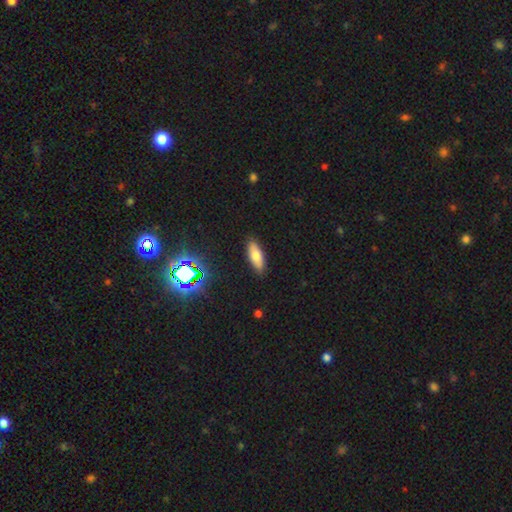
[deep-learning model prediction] smooth_or_featured: smooth (p=0.72) [alt: featured or disk p=0.17]
how_rounded: in between (p=0.72) [alt: cigar-shaped p=0.26]
merging: none (p=0.88) [alt: minor disturbance p=0.09]